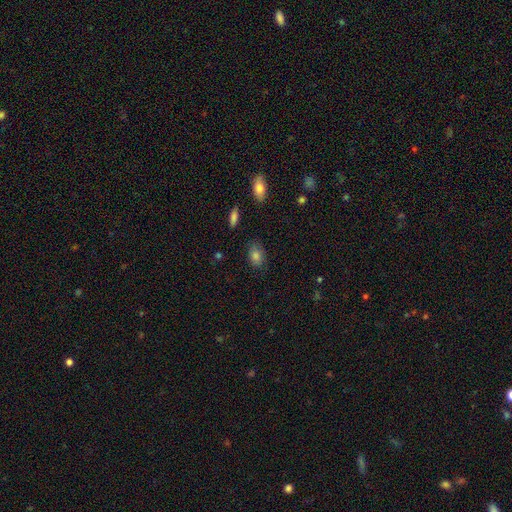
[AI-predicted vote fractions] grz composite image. It shows a smooth galaxy with no disk features (81%) that is in between round and cigar-shaped (81%). Merging: none (79%).